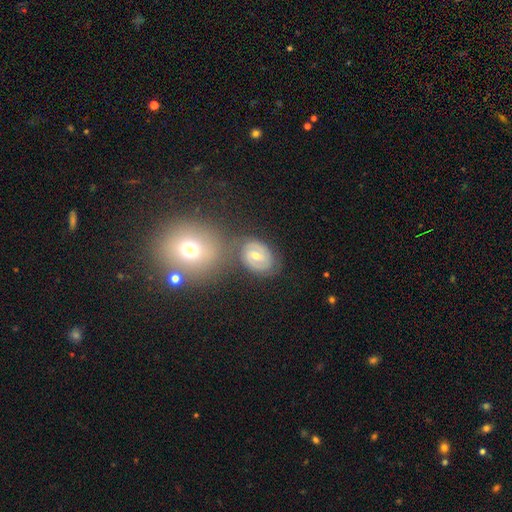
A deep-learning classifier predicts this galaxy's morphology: This is likely a featured or disk galaxy (63%). It is clearly not viewed edge-on (96%). Bar: possibly weak (50%). Spiral arm pattern: clearly yes (81%). Central bulge: possibly moderate (55%). Merging: likely none (68%).